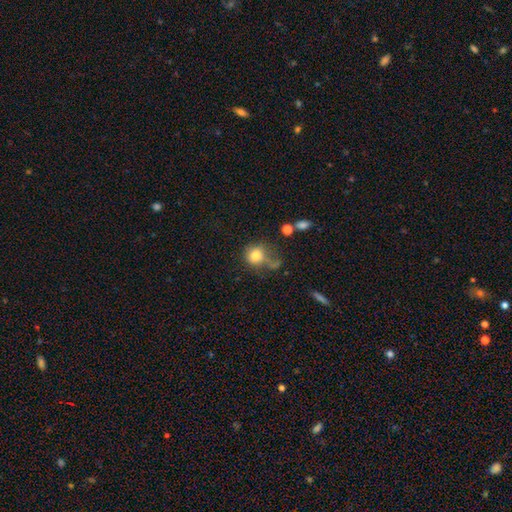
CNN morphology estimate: Overall: smooth (78%). How rounded: round (82%). Merging: none (43%; major disturbance 22%).